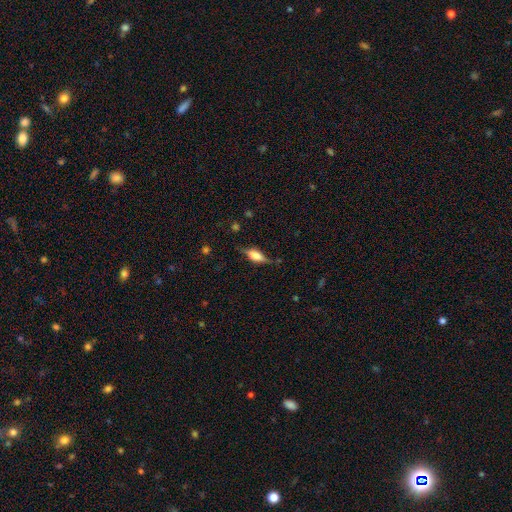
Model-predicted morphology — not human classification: smooth_or_featured: featured or disk (p=0.46) [alt: smooth p=0.45]
merging: none (p=0.66) [alt: minor disturbance p=0.23]